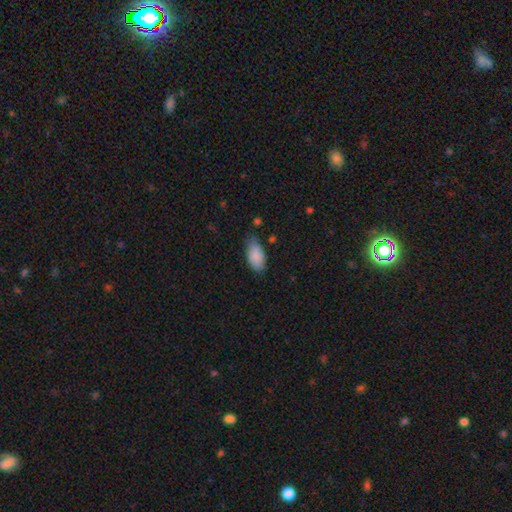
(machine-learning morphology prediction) A smooth galaxy with no disk features (87%) that is in between round and cigar-shaped (93%).

Vote fractions:
- Smooth or featured? smooth: 87% / star or artifact: 6% / featured or disk: 6%
- How rounded? in between: 93% / cigar-shaped: 4% / round: 3%
- Merging? none: 69% / minor disturbance: 25% / major disturbance: 4% / merger: 2%